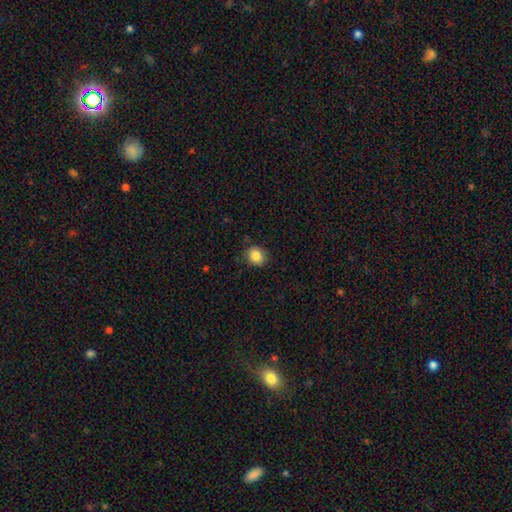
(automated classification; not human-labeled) smooth 85%, star or artifact 10%, featured or disk 5%. Down the decision tree: how rounded — round (66%); merging — none (83%).